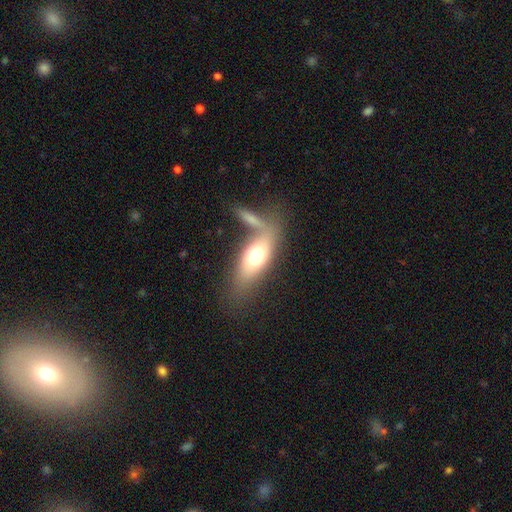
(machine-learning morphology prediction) Overall: smooth (64%; featured or disk 28%). How rounded: in between (78%). Merging: none (44%; merger 32%).